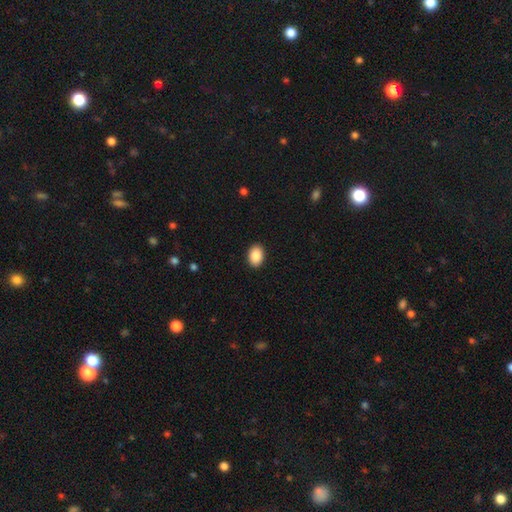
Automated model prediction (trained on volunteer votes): smooth 89%, star or artifact 7%, featured or disk 4%. Down the decision tree: how rounded — in between (81%); merging — none (91%).